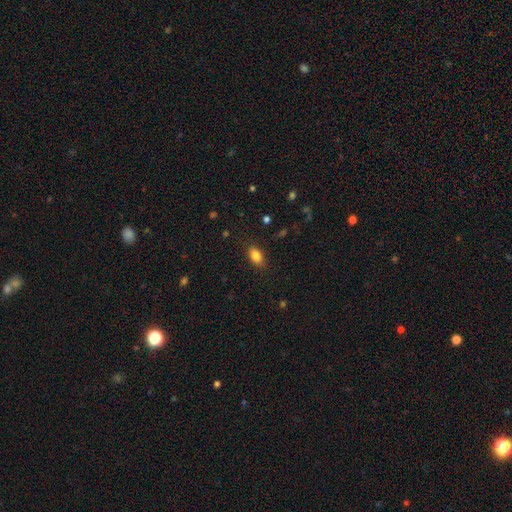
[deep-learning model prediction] Smooth or featured: smooth — 83% (star or artifact — 9%)
How rounded: in between — 87% (round — 11%)
Merging: none — 86% (minor disturbance — 10%)